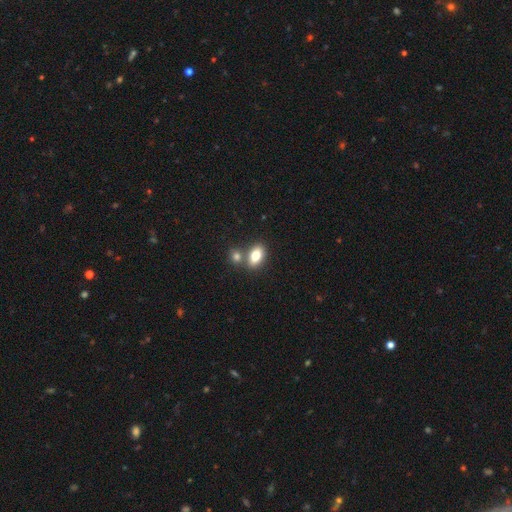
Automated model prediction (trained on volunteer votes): Smooth or featured? Predicted: smooth (p=0.79). How rounded? Predicted: in between (p=0.86). Merging? Predicted: none (p=0.56).